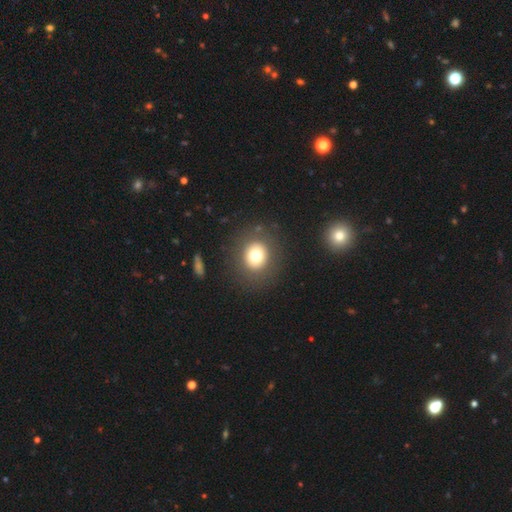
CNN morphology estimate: smooth-or-featured: smooth: 72% | featured or disk: 16% | star or artifact: 12%
  how-rounded: round: 83% | in between: 16% | cigar-shaped: 1%
  merging: none: 85% | minor disturbance: 8% | major disturbance: 5% | merger: 2%